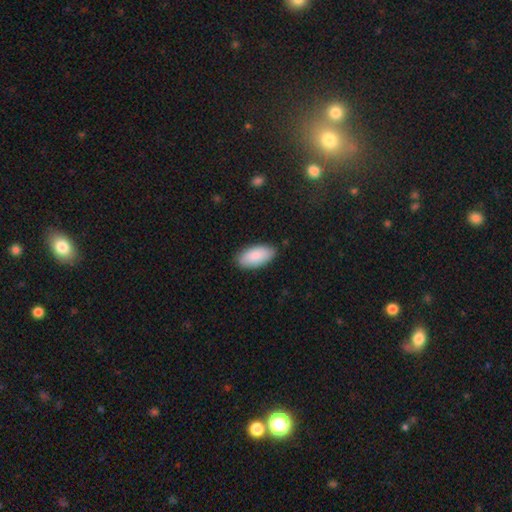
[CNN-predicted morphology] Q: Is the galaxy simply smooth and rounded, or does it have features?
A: smooth — 88%.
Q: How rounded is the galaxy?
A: in between — 93%.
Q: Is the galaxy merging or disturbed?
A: none — 84%.